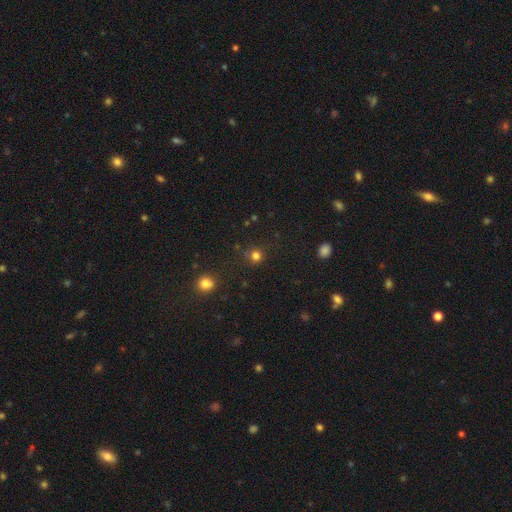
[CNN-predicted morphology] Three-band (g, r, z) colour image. It shows a smooth galaxy with no disk features (77%) that is round (90%). Merging: none (81%).